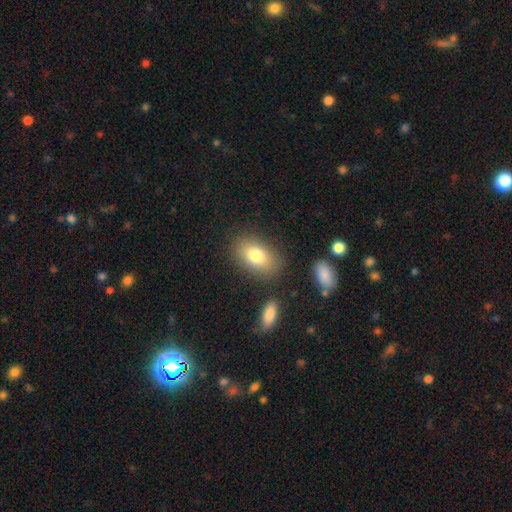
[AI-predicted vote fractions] This is likely a smooth galaxy (79%). How rounded: clearly in between (86%). Merging: clearly none (81%).